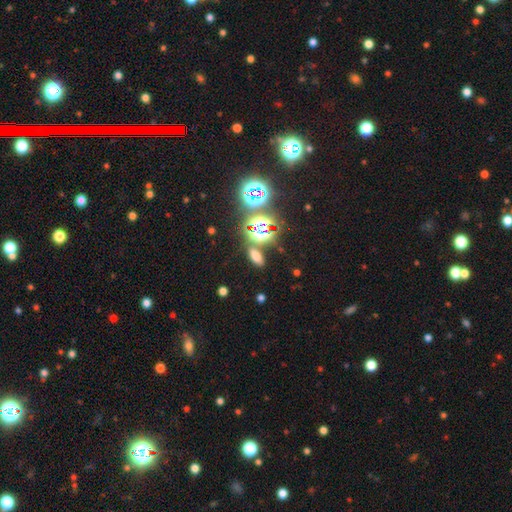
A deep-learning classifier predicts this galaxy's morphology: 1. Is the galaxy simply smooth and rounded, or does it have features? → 56% smooth, 35% star or artifact, 8% featured or disk.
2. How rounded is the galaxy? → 81% in between, 10% round, 10% cigar-shaped.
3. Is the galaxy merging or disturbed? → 79% none, 9% minor disturbance, 7% merger, 4% major disturbance.